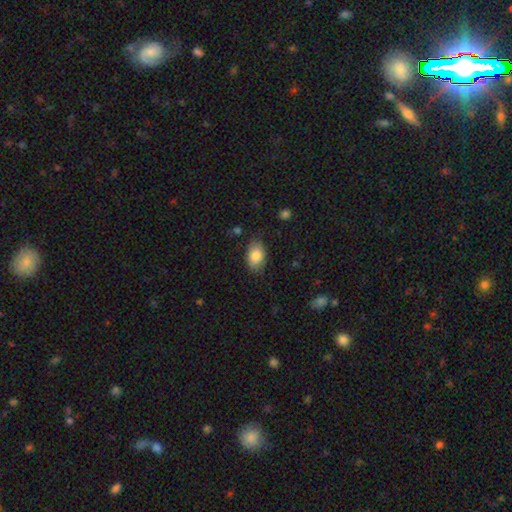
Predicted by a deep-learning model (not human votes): smooth_or_featured: smooth (p=0.86) [alt: featured or disk p=0.07]
how_rounded: in between (p=0.88) [alt: round p=0.10]
merging: none (p=0.78) [alt: minor disturbance p=0.17]